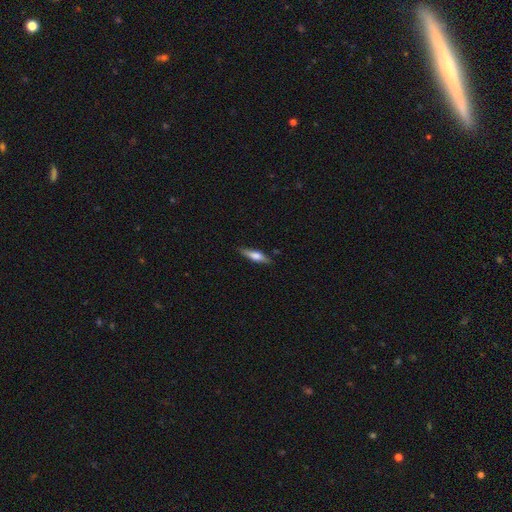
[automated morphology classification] Smooth or featured? Predicted: smooth (p=0.56). How rounded? Predicted: cigar-shaped (p=0.69). Merging? Predicted: none (p=0.83).